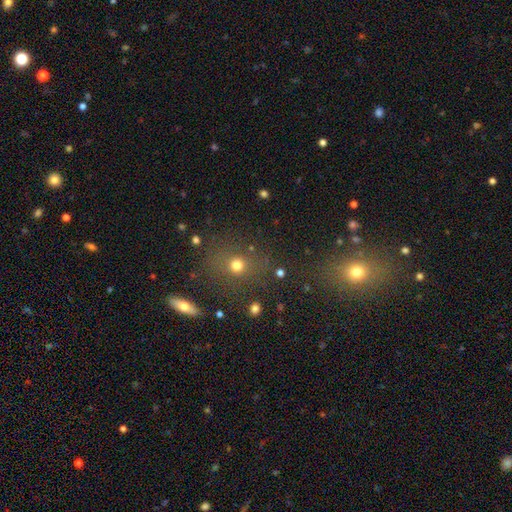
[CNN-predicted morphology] Q: Smooth or featured?
A: star or artifact (45%); runner-up: smooth (44%)